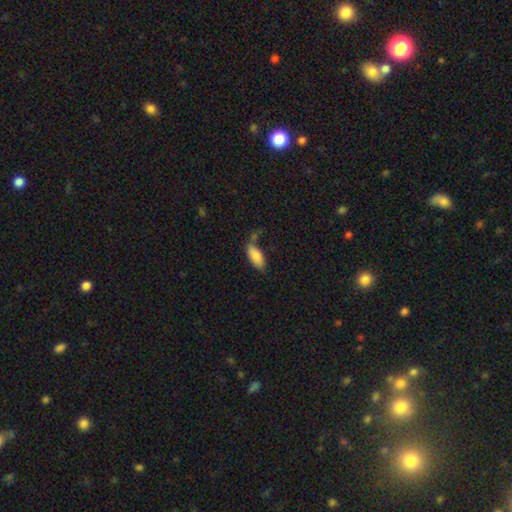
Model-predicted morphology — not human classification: type=smooth (86%); roundness=in between (82%); merging=none (57%).